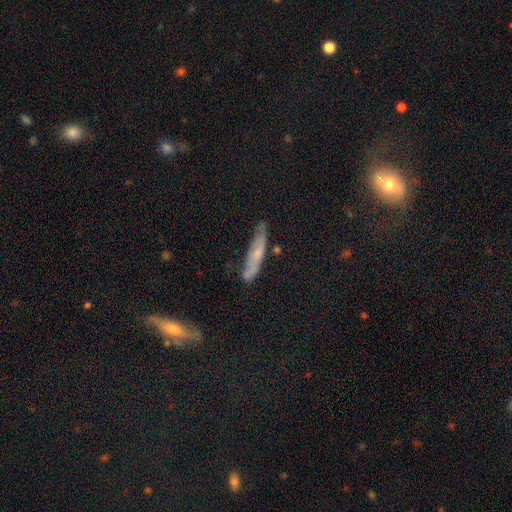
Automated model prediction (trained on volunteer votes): smooth-or-featured: smooth: 50% | featured or disk: 42% | star or artifact: 8%
  how-rounded: cigar-shaped: 87% | in between: 11% | round: 2%
  merging: none: 69% | minor disturbance: 22% | major disturbance: 5% | merger: 3%